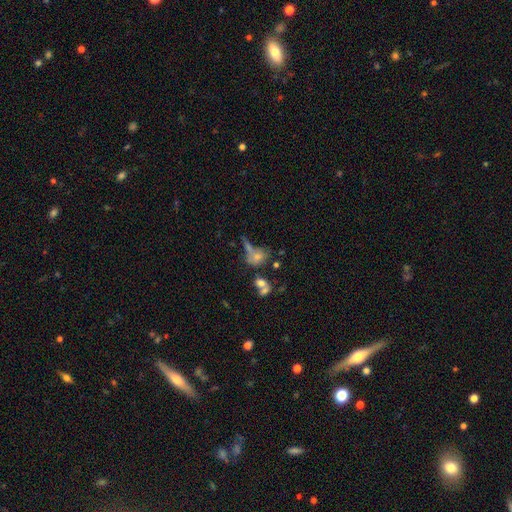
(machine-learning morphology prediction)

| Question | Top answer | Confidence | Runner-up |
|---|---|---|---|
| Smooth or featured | smooth | 61% | featured or disk (24%) |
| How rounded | in between | 62% | round (34%) |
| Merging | merger | 40% | none (27%) |